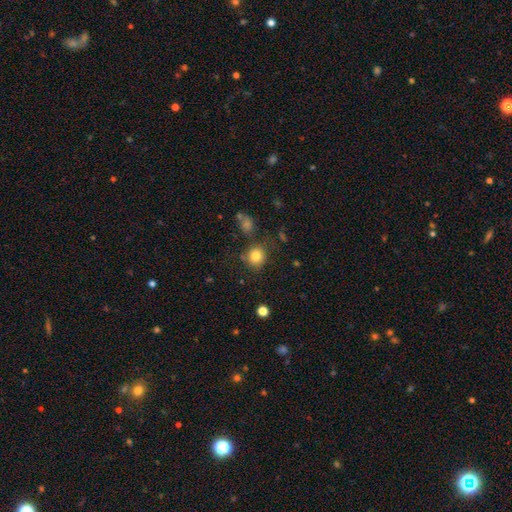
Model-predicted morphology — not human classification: Overall: smooth (81%). How rounded: round (84%). Merging: none (80%).